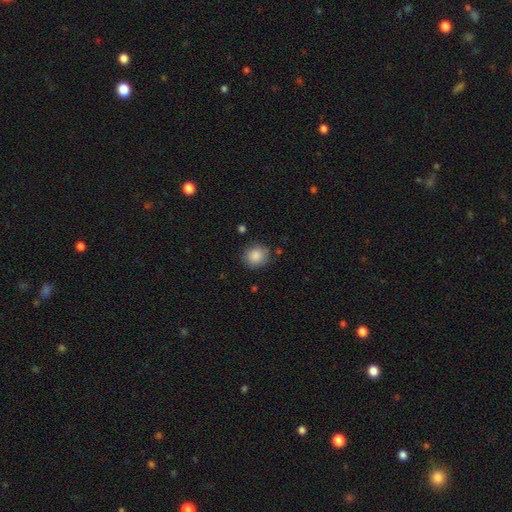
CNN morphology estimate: This appears to be a smooth galaxy with no disk features (87%) that is round (81%). Merging: none (82%).